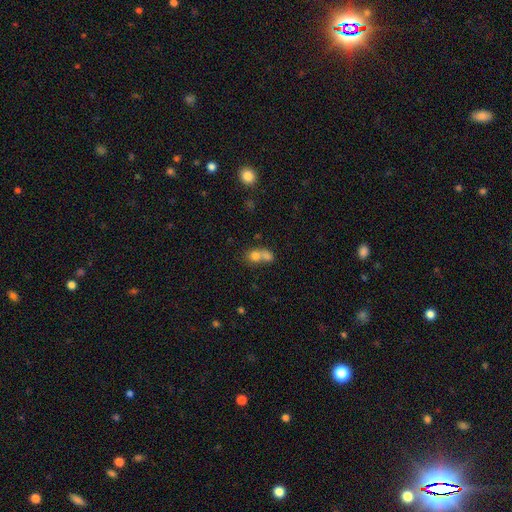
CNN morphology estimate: Smooth or featured? smooth (75%)
How rounded? round (68%)
Merging? merger (67%)